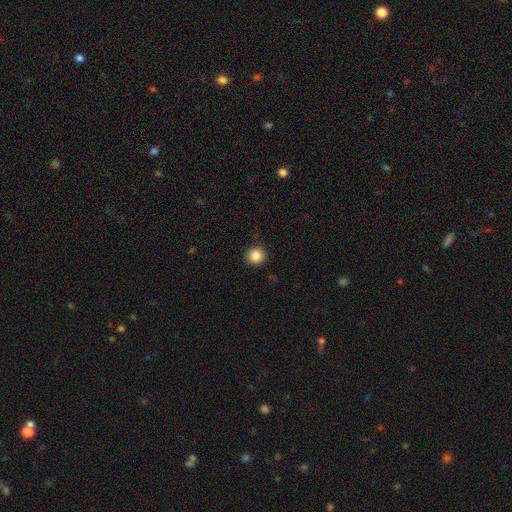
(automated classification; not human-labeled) Overall: smooth (86%). How rounded: round (92%). Merging: none (89%).